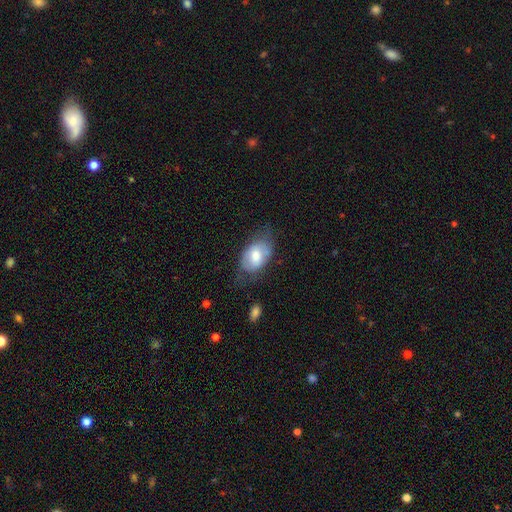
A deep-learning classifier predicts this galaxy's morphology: Smooth or featured? smooth (64%)
How rounded? in between (88%)
Merging? none (52%)